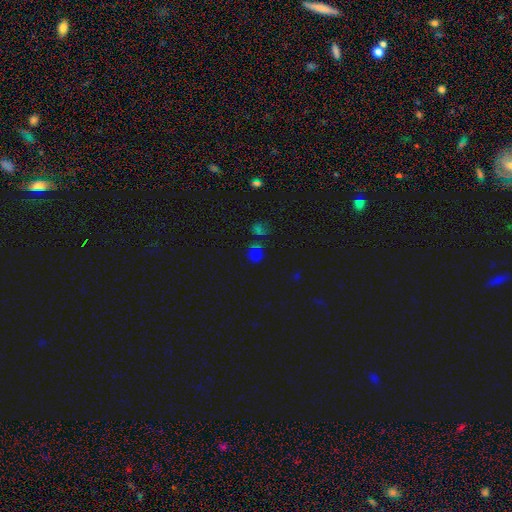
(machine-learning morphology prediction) A smooth galaxy with no disk features (46%, tied with star or artifact).

Vote fractions:
- Smooth or featured? smooth: 46% (tied) / star or artifact: 46% (tied) / featured or disk: 8%
- Merging? none: 54% / merger: 24% / minor disturbance: 14% / major disturbance: 8%